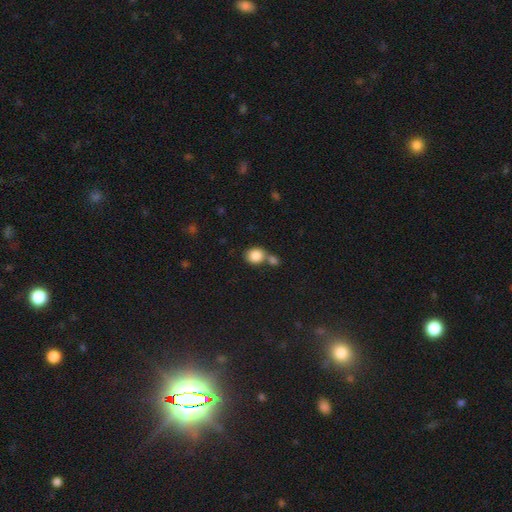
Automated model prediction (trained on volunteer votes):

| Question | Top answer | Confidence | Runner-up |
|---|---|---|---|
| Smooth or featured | smooth | 85% | star or artifact (9%) |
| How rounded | round | 77% | in between (22%) |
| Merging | none | 47% | merger (40%) |